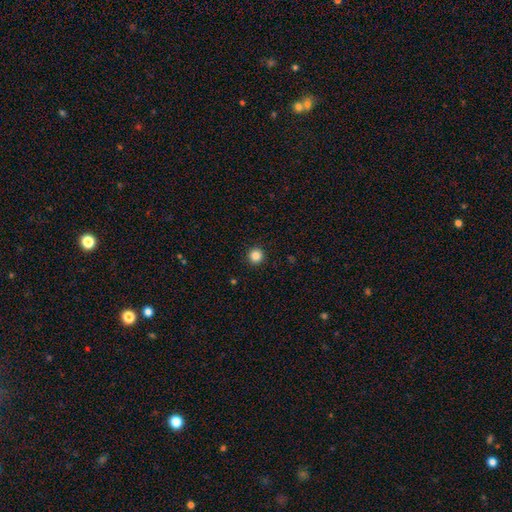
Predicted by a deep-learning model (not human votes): A smooth galaxy with no disk features (85%) that is round (95%).

Vote fractions:
- Smooth or featured? smooth: 85% / star or artifact: 11% / featured or disk: 3%
- How rounded? round: 95% / in between: 4% / cigar-shaped: 1%
- Merging? none: 93% / minor disturbance: 4% / major disturbance: 2% / merger: 1%